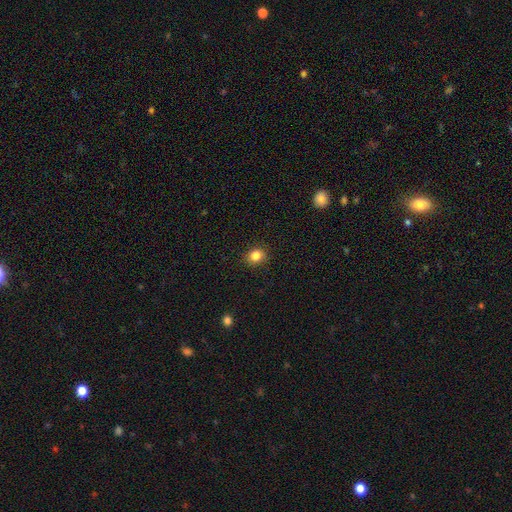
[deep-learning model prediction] This is clearly a smooth galaxy (84%). How rounded: likely round (73%). Merging: clearly none (89%).